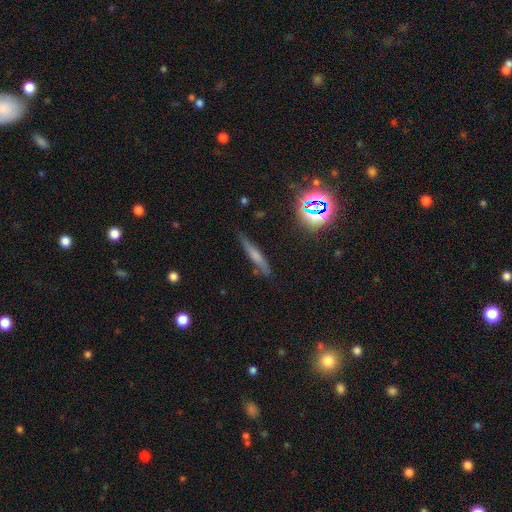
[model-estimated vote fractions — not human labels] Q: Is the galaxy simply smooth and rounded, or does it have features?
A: smooth — 56%.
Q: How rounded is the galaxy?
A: cigar-shaped — 89%.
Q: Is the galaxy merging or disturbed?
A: none — 80%.